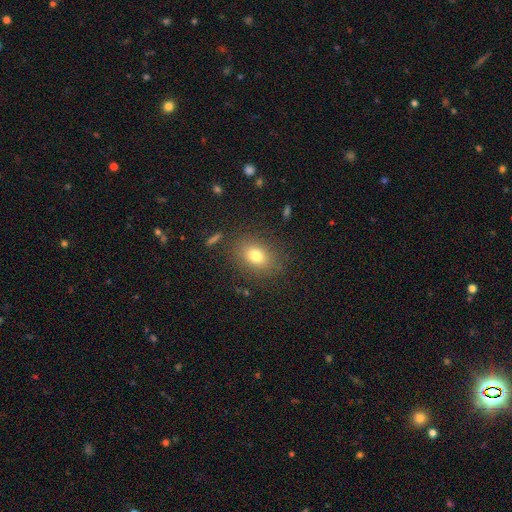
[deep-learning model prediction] The model was most divided on "how rounded": in between: 67%, round: 31%, cigar-shaped: 2%. More confident: merging — none (84%); smooth or featured — smooth (78%).